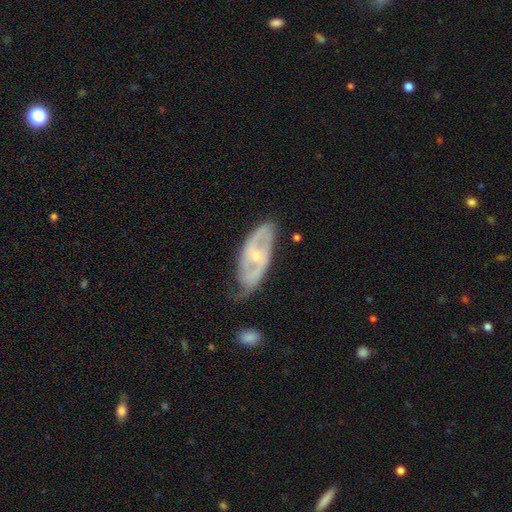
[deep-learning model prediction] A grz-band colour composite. It shows a featured or disk galaxy (80%) with no bar (48%), 2 (74%) medium (44%) spiral arms (87%) and a small central bulge (67%). Merging: none (58%).